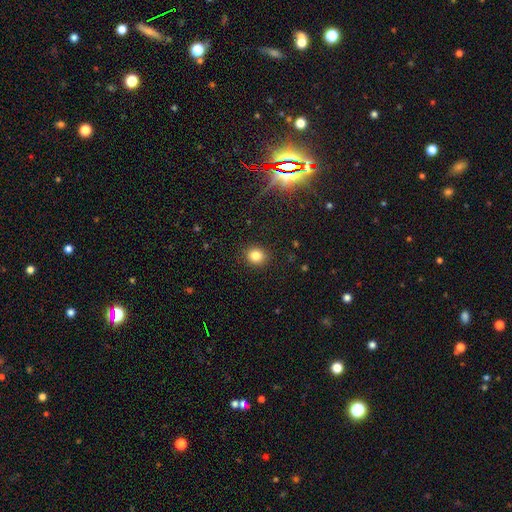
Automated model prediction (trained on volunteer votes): Smooth or featured?
  - smooth: 82% *
  - star or artifact: 12%
  - featured or disk: 6%
How rounded?
  - round: 73% *
  - in between: 26%
  - cigar-shaped: 1%
Merging?
  - none: 90% *
  - minor disturbance: 7%
  - major disturbance: 2%
  - merger: 1%